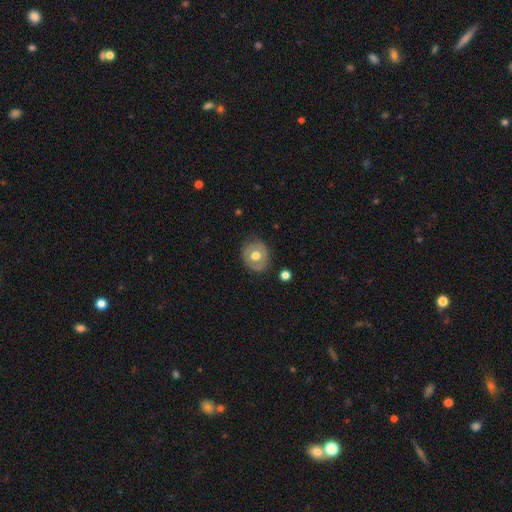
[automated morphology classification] This appears to be a smooth galaxy with no disk features (50%) that is round (72%). Merging: none (82%).